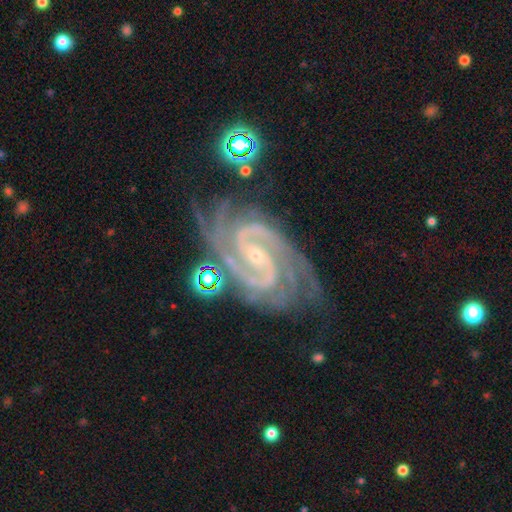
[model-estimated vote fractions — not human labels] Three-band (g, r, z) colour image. It shows a featured or disk galaxy (93%) with a weak bar (38%), 2 (53%) tight (62%) spiral arms (99%) and a small central bulge (81%). Merging: none (68%).